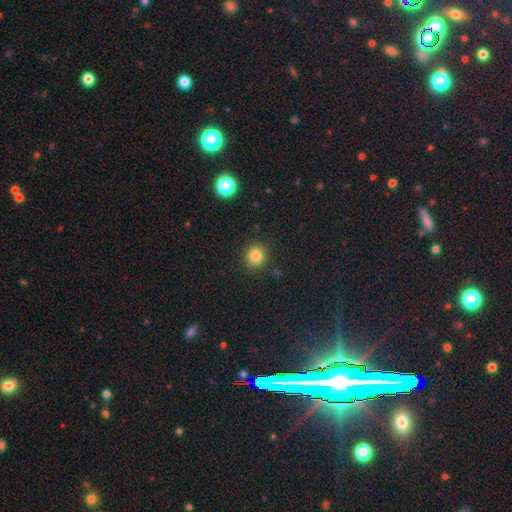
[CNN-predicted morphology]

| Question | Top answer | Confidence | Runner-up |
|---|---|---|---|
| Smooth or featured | smooth | 84% | star or artifact (12%) |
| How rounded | round | 91% | in between (9%) |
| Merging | none | 89% | minor disturbance (7%) |